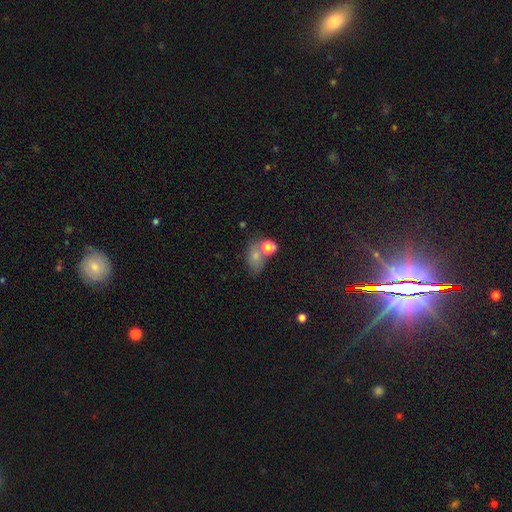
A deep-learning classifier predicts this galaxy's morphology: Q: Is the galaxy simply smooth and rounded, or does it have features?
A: smooth — 73%.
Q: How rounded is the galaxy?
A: in between — 74%.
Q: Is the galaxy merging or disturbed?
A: none — 37%, tied with merger.